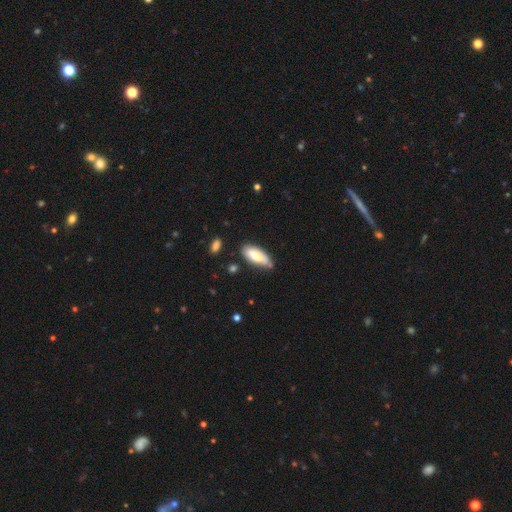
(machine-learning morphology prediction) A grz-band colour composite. It shows a smooth galaxy with no disk features (74%) that is in between round and cigar-shaped (78%). Merging: none (60%).